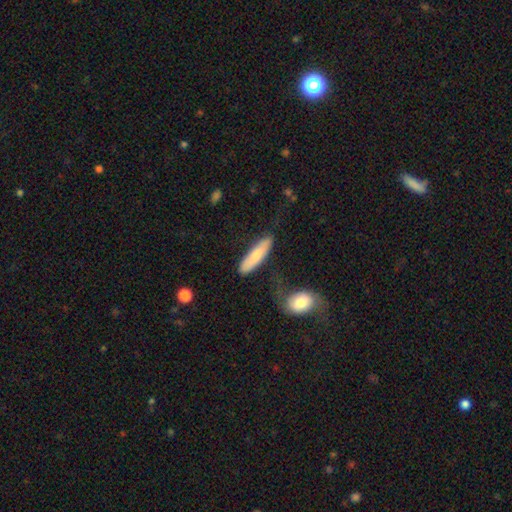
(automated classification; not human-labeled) Morphology: type=smooth (74%); roundness=cigar-shaped (71%); merging=none (69%).